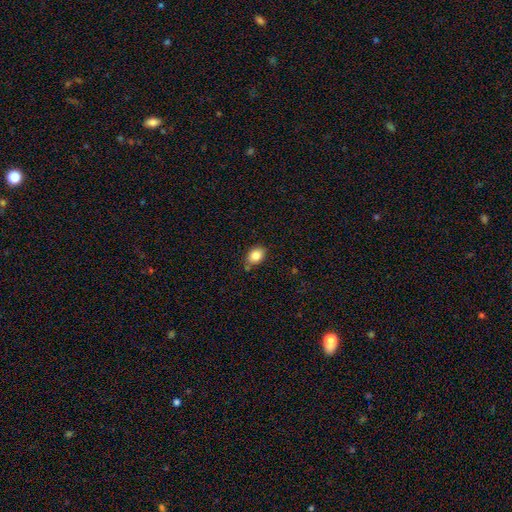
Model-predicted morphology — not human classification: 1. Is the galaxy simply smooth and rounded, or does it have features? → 85% smooth, 9% star or artifact, 6% featured or disk.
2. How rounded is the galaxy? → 69% in between, 30% round, 1% cigar-shaped.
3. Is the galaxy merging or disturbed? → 75% none, 16% minor disturbance, 6% merger, 3% major disturbance.